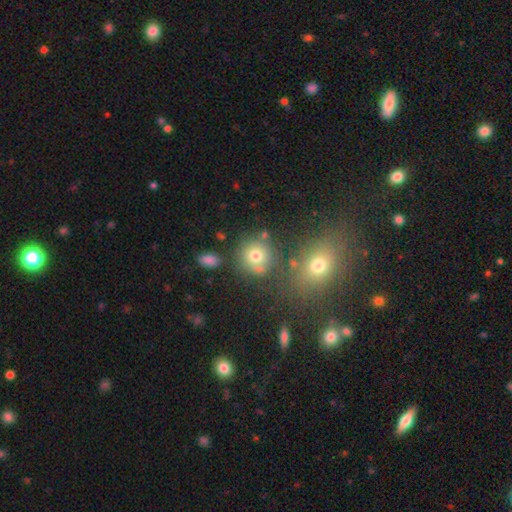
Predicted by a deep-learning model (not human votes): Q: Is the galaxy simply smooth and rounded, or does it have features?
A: smooth — 72%.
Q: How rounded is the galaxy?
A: round — 87%.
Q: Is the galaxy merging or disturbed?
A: none — 67%.